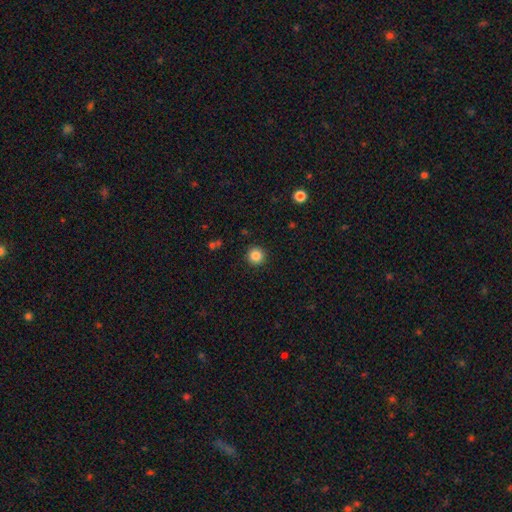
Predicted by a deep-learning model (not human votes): Morphology: type=smooth (85%); roundness=round (96%); merging=none (92%).